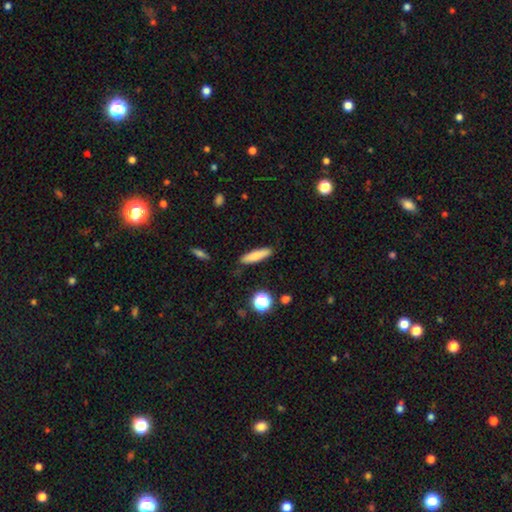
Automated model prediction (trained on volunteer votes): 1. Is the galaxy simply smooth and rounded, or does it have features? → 76% smooth, 16% featured or disk, 8% star or artifact.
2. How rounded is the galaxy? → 78% cigar-shaped, 20% in between, 2% round.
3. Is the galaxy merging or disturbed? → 87% none, 9% minor disturbance, 2% major disturbance, 2% merger.